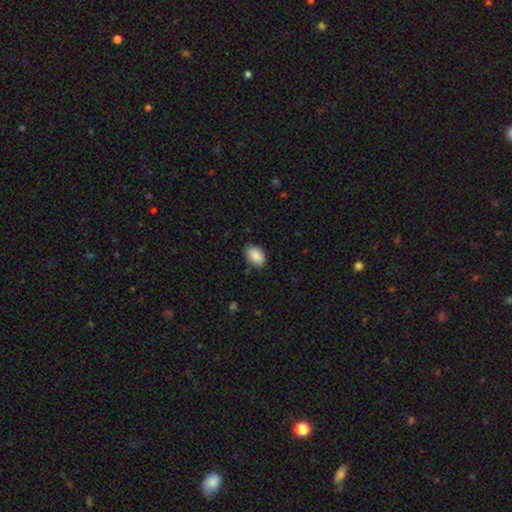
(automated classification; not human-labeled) This is clearly a smooth galaxy (89%). How rounded: clearly in between (86%). Merging: clearly none (86%).